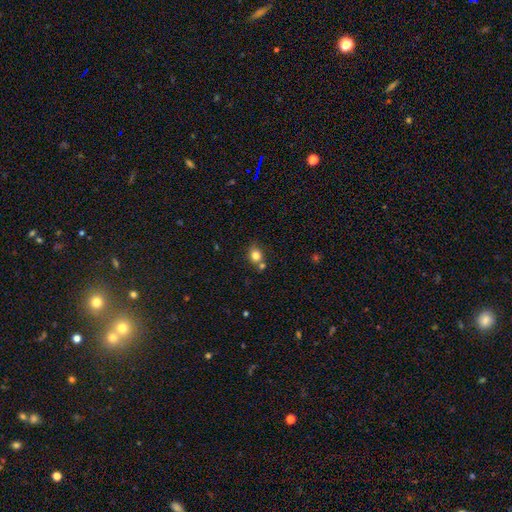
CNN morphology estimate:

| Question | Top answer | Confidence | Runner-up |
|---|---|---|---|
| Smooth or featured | smooth | 80% | star or artifact (12%) |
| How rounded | round | 69% | in between (30%) |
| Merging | none | 58% | merger (24%) |